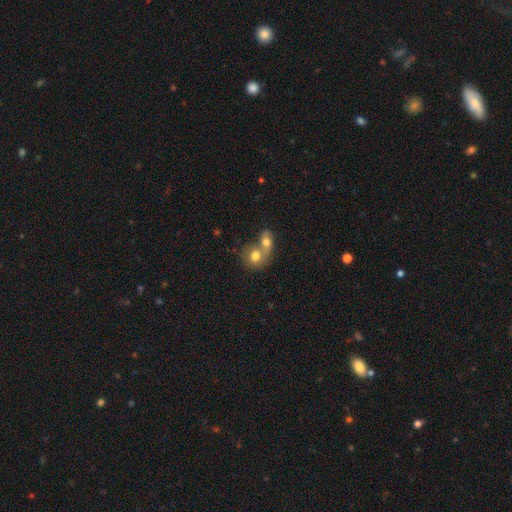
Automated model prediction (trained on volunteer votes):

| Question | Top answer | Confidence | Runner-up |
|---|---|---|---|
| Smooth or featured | smooth | 74% | featured or disk (18%) |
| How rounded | round | 67% | in between (32%) |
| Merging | merger | 71% | none (20%) |